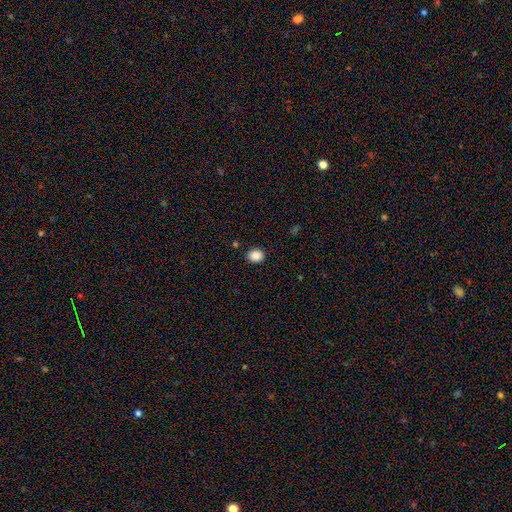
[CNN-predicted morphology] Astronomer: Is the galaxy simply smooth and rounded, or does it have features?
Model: smooth — 87%.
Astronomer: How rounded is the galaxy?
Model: round — 62%.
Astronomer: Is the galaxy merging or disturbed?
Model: none — 88%.